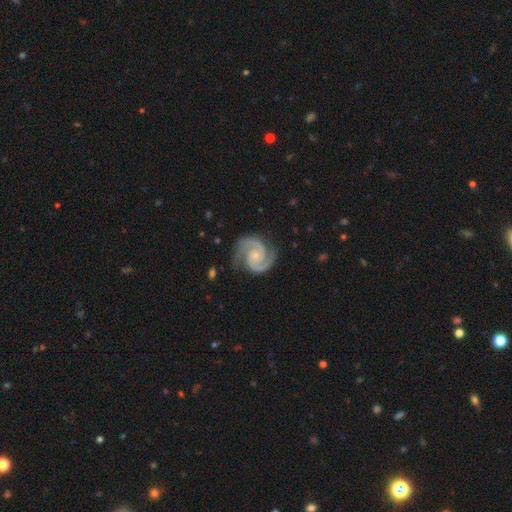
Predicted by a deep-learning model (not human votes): Smooth or featured? Predicted: featured or disk (p=0.94). Edge-on disk? Predicted: no (p=0.98). Bar? Predicted: no (p=0.66). Spiral arms? Predicted: yes (p=0.99). Spiral winding? Predicted: medium (p=0.50). Spiral arm count? Predicted: 2 (p=0.94). Bulge size? Predicted: small (p=0.67). Merging? Predicted: none (p=0.82).